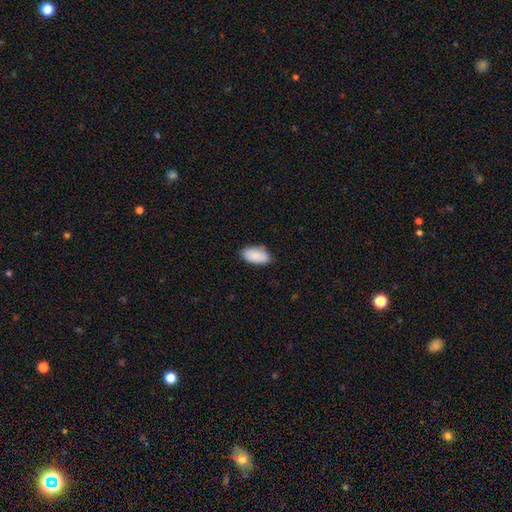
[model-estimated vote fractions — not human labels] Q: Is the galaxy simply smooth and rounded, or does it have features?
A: smooth — 87%.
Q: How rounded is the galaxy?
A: in between — 95%.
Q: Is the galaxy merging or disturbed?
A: none — 80%.